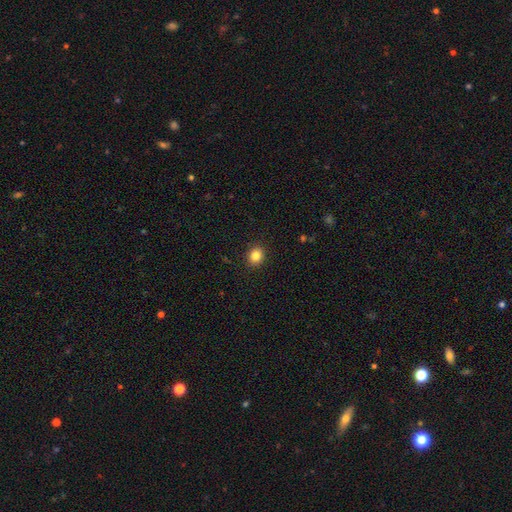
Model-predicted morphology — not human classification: smooth-or-featured: smooth: 84% | star or artifact: 11% | featured or disk: 5%
  how-rounded: round: 73% | in between: 26% | cigar-shaped: 1%
  merging: none: 91% | minor disturbance: 6% | major disturbance: 2% | merger: 1%